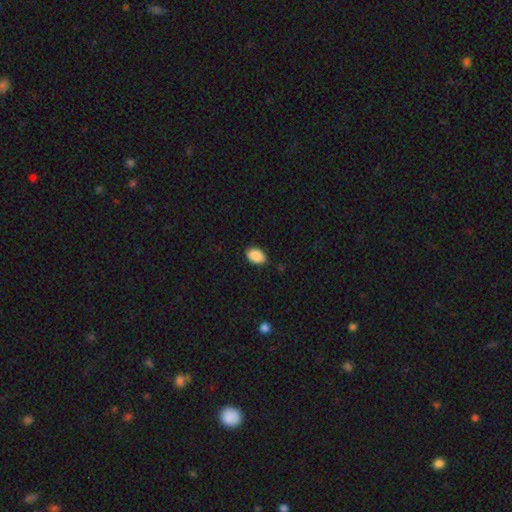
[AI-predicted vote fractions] smooth_or_featured: smooth (p=0.89) [alt: star or artifact p=0.07]
how_rounded: in between (p=0.89) [alt: round p=0.10]
merging: none (p=0.87) [alt: minor disturbance p=0.09]